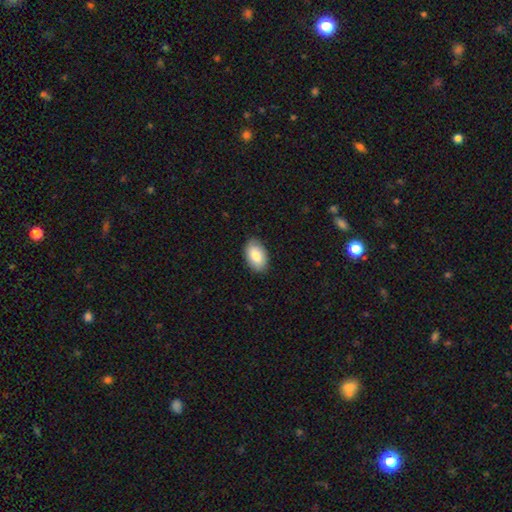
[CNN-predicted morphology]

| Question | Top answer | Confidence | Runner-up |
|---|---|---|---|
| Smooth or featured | smooth | 80% | featured or disk (13%) |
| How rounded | in between | 93% | round (6%) |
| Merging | none | 86% | minor disturbance (11%) |